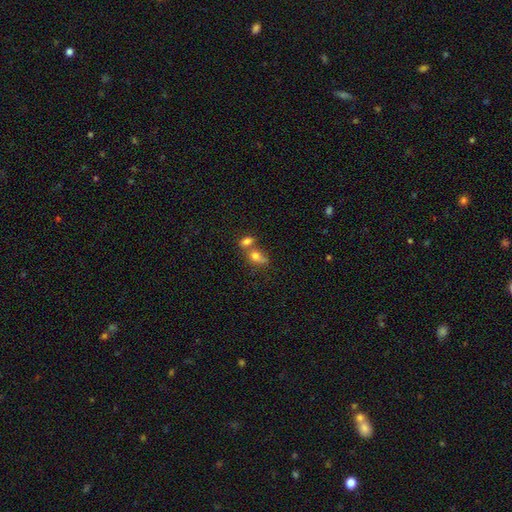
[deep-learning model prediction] Smooth or featured?
  - smooth: 63% *
  - featured or disk: 20%
  - star or artifact: 18%
How rounded?
  - in between: 53% *
  - round: 42%
  - cigar-shaped: 5%
Merging?
  - merger: 58% *
  - none: 30%
  - minor disturbance: 7%
  - major disturbance: 4%